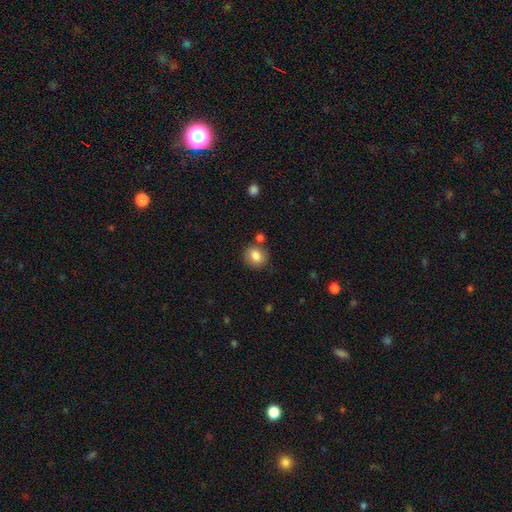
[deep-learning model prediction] This appears to be a smooth galaxy with no disk features (83%) that is round (70%). Merging: none (77%).